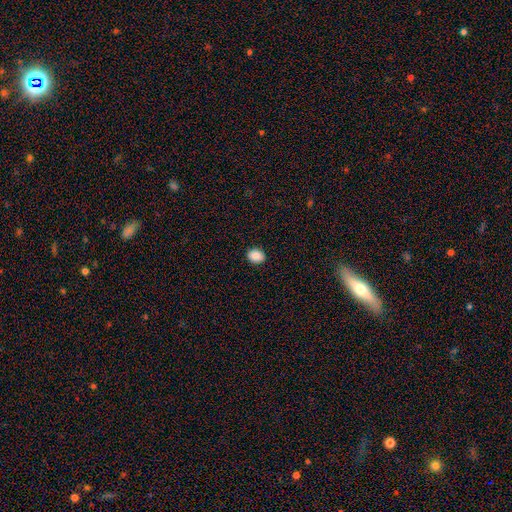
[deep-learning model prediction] This is clearly a smooth galaxy (89%). How rounded: possibly in between (51%). Merging: clearly none (90%).